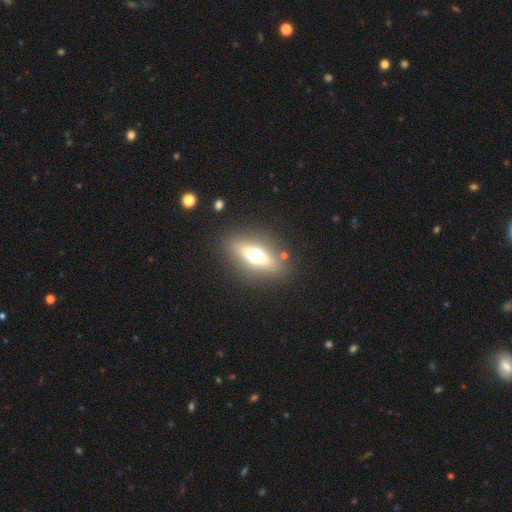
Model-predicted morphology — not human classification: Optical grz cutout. It shows a featured or disk galaxy (54%) viewed edge-on (77%). Merging: none (85%).